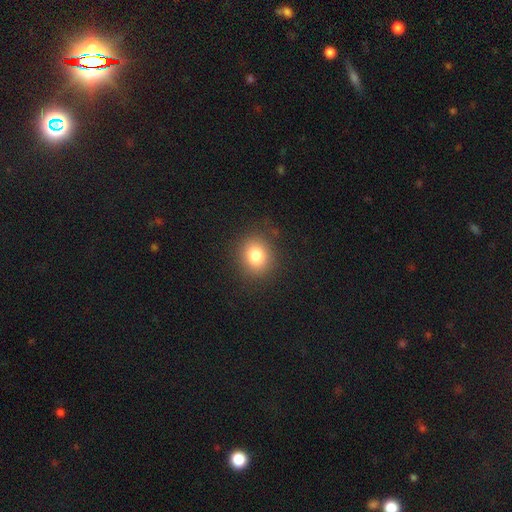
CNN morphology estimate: Overall: smooth (80%). How rounded: round (75%). Merging: none (87%).